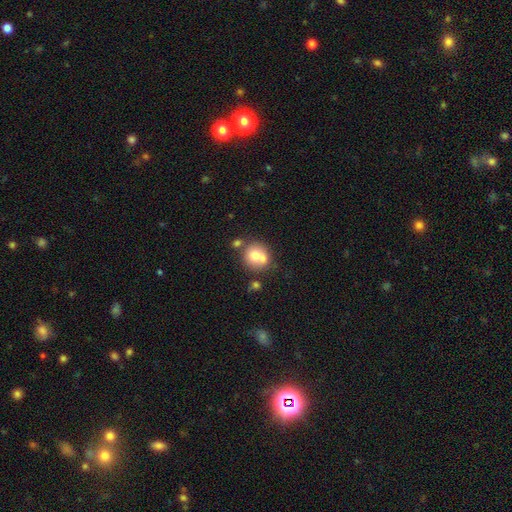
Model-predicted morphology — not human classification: This appears to be a smooth galaxy with no disk features (72%) that is round (86%). Merging: none (52%).